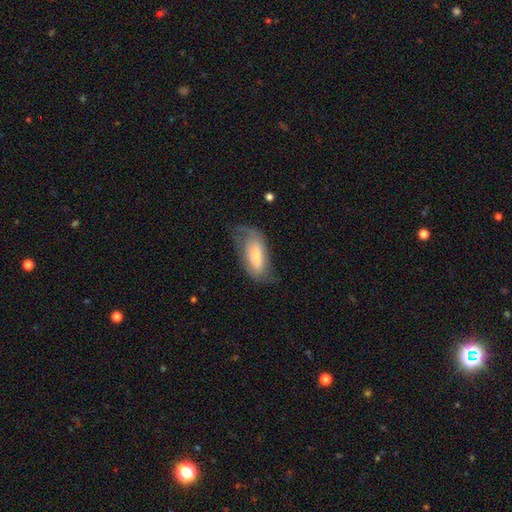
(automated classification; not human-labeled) smooth_or_featured: featured or disk (p=0.47) [alt: smooth p=0.46]
merging: none (p=0.49) [alt: minor disturbance p=0.29]